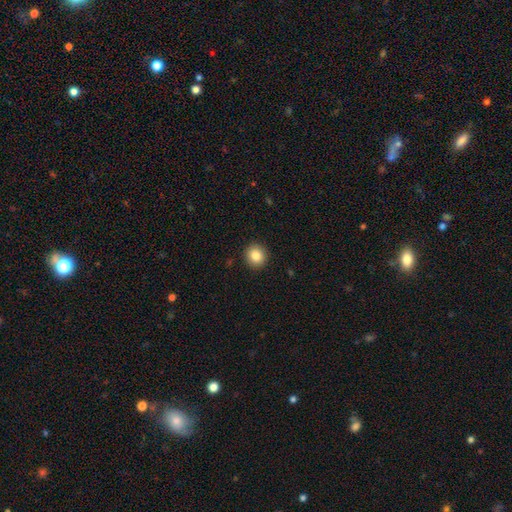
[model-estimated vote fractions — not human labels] Smooth or featured? smooth (84%)
How rounded? round (90%)
Merging? none (92%)